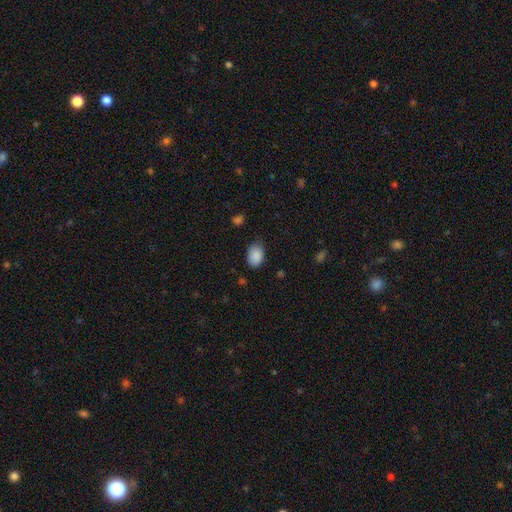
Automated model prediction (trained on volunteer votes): Overall: smooth (89%). How rounded: in between (83%). Merging: none (73%).